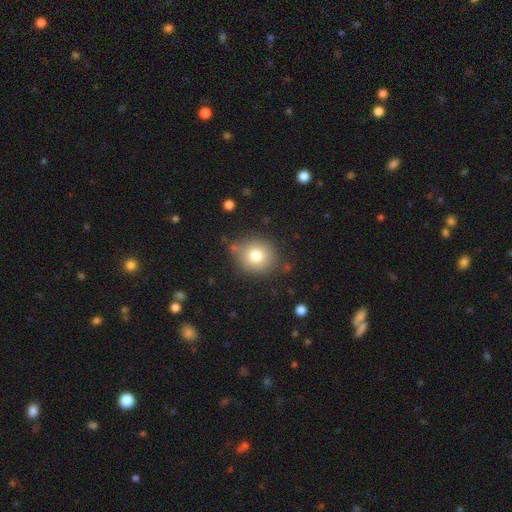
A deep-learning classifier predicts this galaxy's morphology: type=smooth (77%); roundness=round (84%); merging=none (77%).